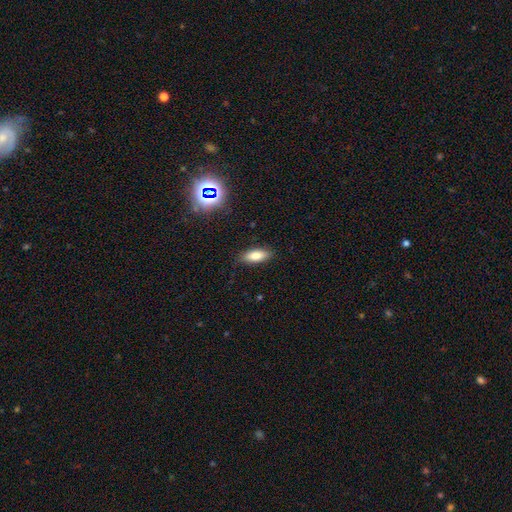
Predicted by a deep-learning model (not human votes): Smooth or featured: smooth — 79% (featured or disk — 11%)
How rounded: in between — 74% (cigar-shaped — 24%)
Merging: none — 85% (minor disturbance — 11%)